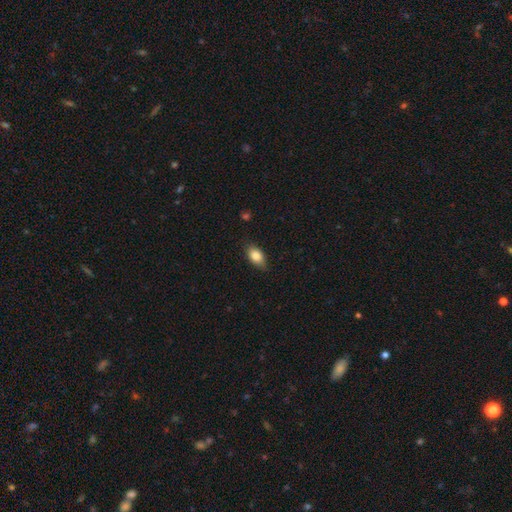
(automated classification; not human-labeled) This appears to be a smooth galaxy with no disk features (84%) that is in between round and cigar-shaped (88%). Merging: none (78%).